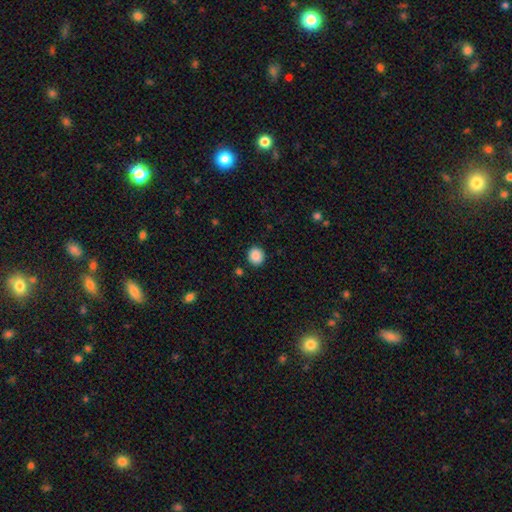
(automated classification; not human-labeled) Smooth or featured? Predicted: smooth (p=0.88). How rounded? Predicted: round (p=0.88). Merging? Predicted: none (p=0.90).